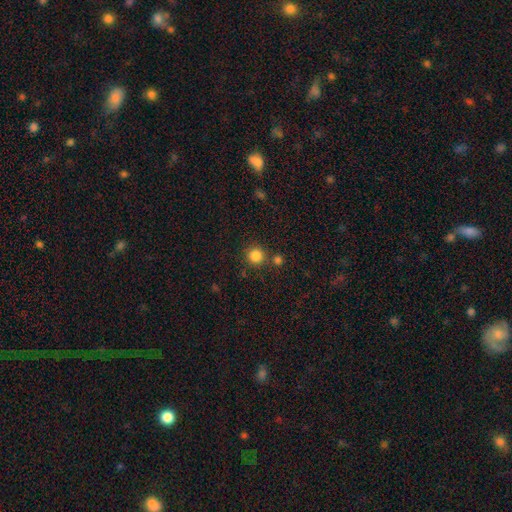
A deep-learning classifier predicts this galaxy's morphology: This is clearly a smooth galaxy (84%). How rounded: clearly round (93%). Merging: likely none (79%).